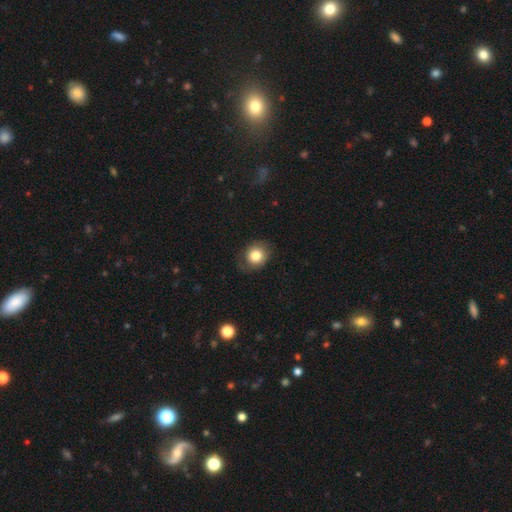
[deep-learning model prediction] Smooth or featured: smooth — 79% (featured or disk — 12%)
How rounded: round — 65% (in between — 34%)
Merging: none — 71% (minor disturbance — 21%)